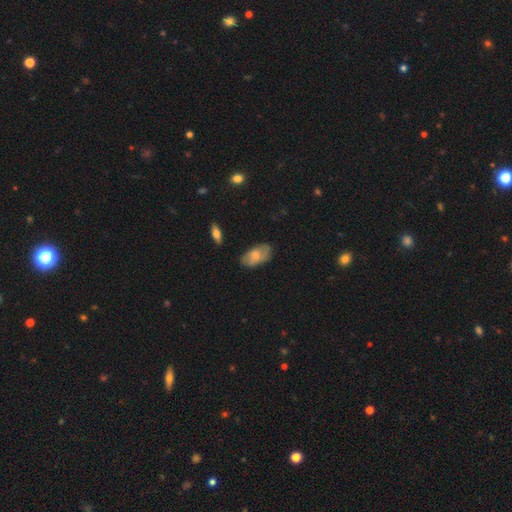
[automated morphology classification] type=smooth (57%); roundness=in between (93%); merging=none (75%).